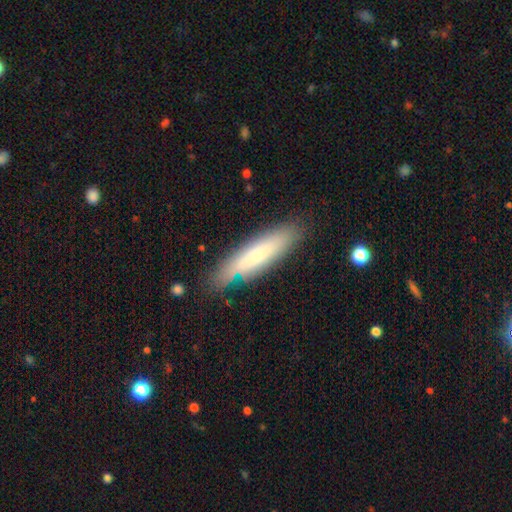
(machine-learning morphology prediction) Q: Smooth or featured?
A: smooth (67%); runner-up: featured or disk (27%)
Q: How rounded?
A: cigar-shaped (78%); runner-up: in between (21%)
Q: Merging?
A: none (81%); runner-up: minor disturbance (13%)